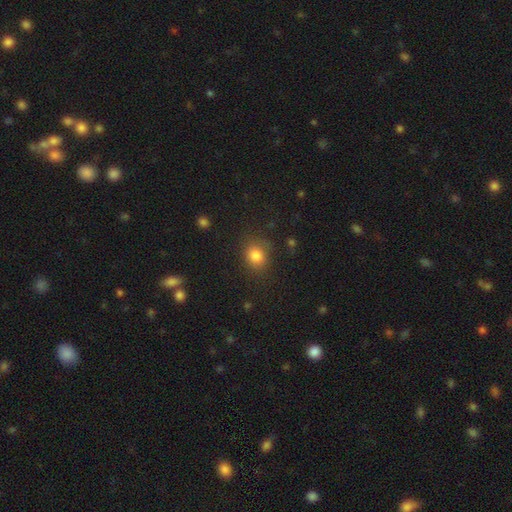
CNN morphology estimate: This is clearly a smooth galaxy (82%). How rounded: likely round (63%). Merging: likely none (77%).